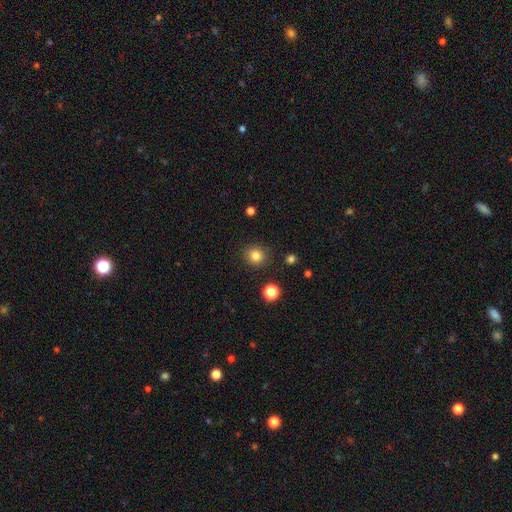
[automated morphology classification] Smooth or featured?
  - smooth: 82% *
  - star or artifact: 12%
  - featured or disk: 5%
How rounded?
  - round: 87% *
  - in between: 12%
  - cigar-shaped: 1%
Merging?
  - none: 89% *
  - minor disturbance: 7%
  - major disturbance: 2%
  - merger: 2%